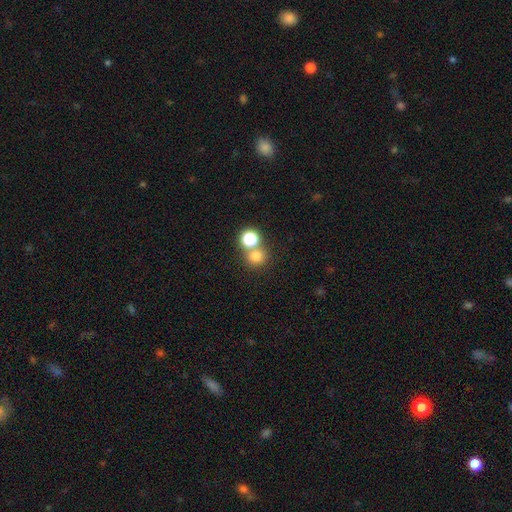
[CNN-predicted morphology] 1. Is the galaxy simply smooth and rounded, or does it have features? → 74% smooth, 18% star or artifact, 8% featured or disk.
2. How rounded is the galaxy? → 87% round, 12% in between, 1% cigar-shaped.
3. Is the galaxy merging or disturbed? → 61% none, 30% merger, 6% minor disturbance, 3% major disturbance.